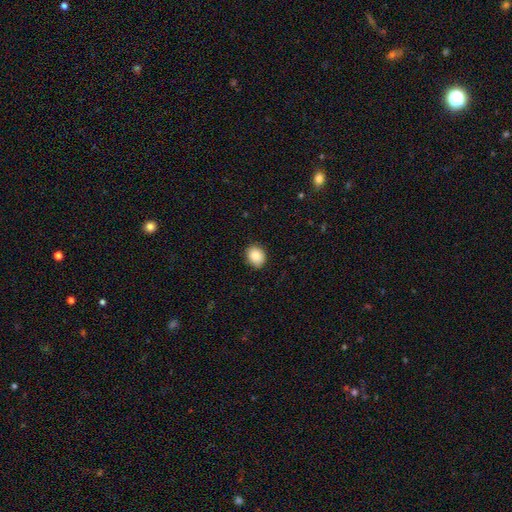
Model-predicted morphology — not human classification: type=smooth (85%); roundness=round (58%); merging=none (87%).